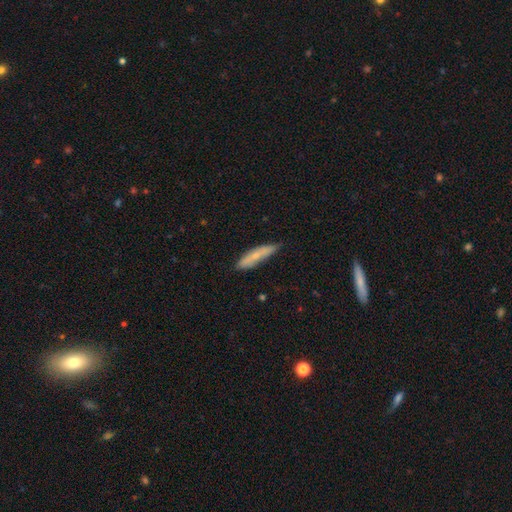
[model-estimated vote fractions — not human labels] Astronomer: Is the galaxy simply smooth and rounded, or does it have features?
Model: smooth — 64%.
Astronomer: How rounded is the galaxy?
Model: cigar-shaped — 79%.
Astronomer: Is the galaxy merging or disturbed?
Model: none — 73%.